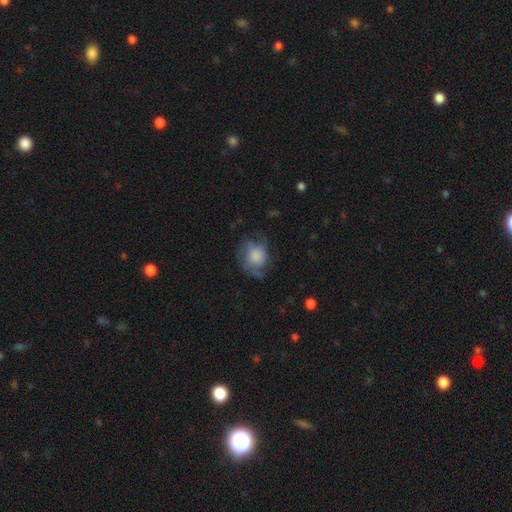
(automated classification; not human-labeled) Overall: smooth (47%; featured or disk 44%). Merging: none (53%; minor disturbance 24%).